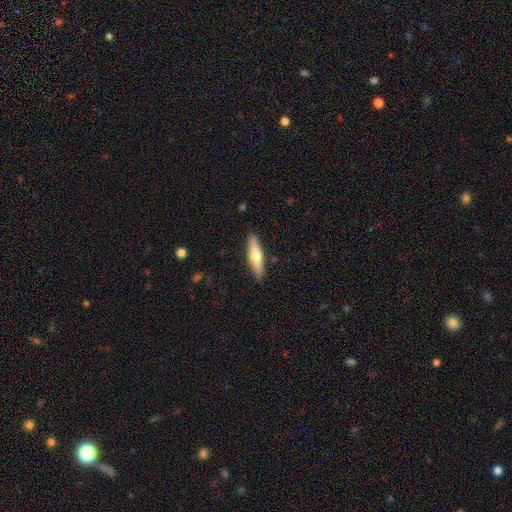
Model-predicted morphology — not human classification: type=smooth (60%); roundness=cigar-shaped (76%); merging=none (88%).